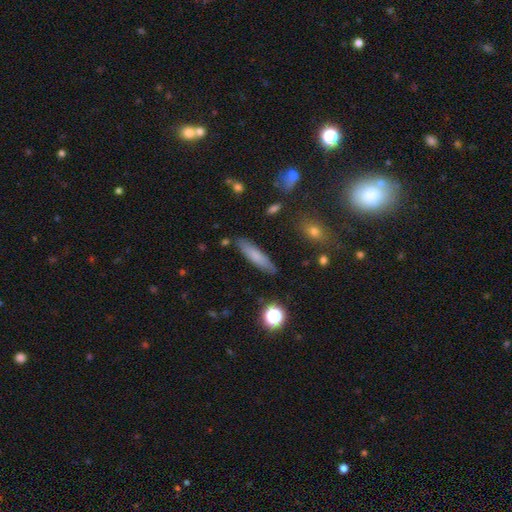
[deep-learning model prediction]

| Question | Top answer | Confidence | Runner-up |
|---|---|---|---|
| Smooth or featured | smooth | 74% | featured or disk (18%) |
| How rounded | cigar-shaped | 79% | in between (19%) |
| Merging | none | 85% | minor disturbance (10%) |